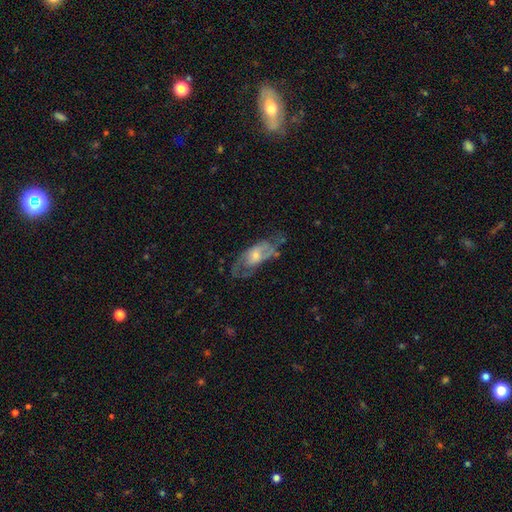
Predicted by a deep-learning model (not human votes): featured or disk 68%, smooth 25%, star or artifact 7%. Down the decision tree: edge-on disk — no (90%); bar — no (65%); spiral arms — yes (72%); bulge size — small (48%); merging — none (48%).